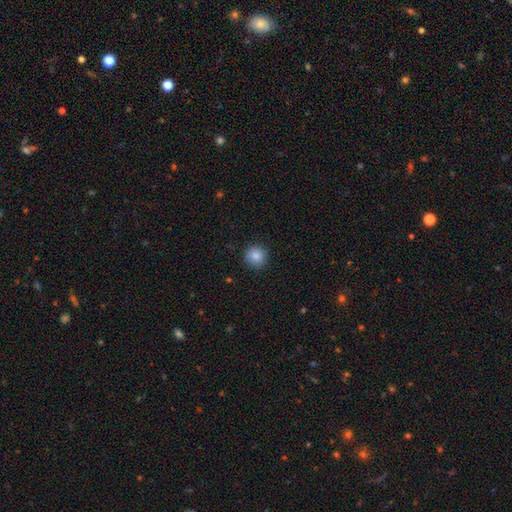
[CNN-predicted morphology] This appears to be a smooth galaxy with no disk features (86%) that is round (94%). Merging: none (89%).